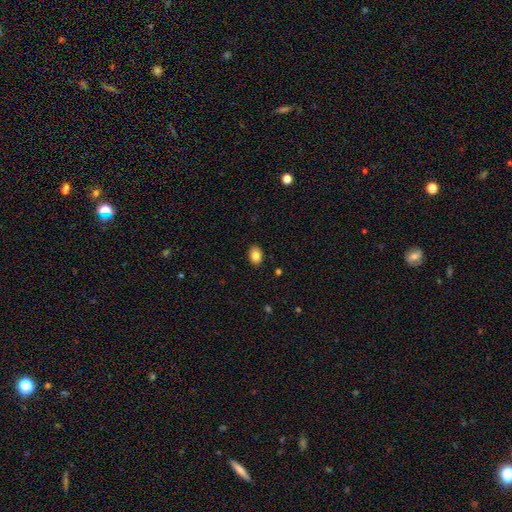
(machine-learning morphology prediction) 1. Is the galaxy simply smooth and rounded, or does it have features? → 84% smooth, 9% star or artifact, 7% featured or disk.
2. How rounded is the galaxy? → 76% in between, 23% round, 1% cigar-shaped.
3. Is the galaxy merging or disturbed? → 89% none, 8% minor disturbance, 2% major disturbance, 1% merger.